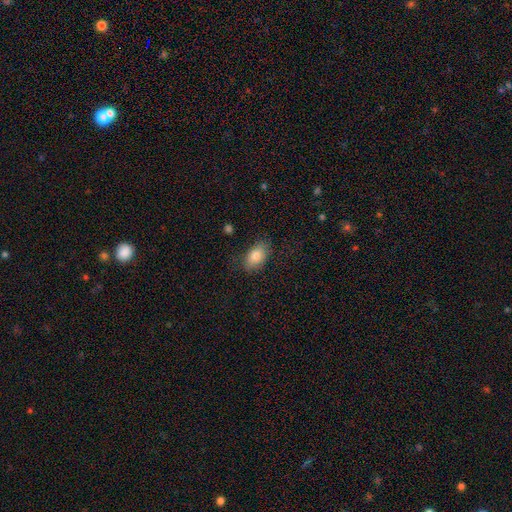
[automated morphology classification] Smooth or featured? Predicted: smooth (p=0.83). How rounded? Predicted: in between (p=0.91). Merging? Predicted: none (p=0.80).